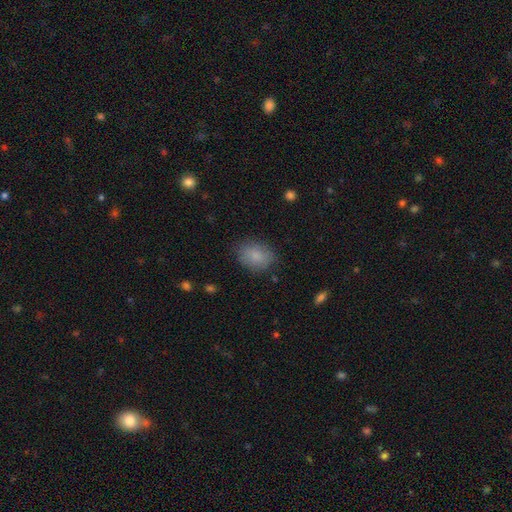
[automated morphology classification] smooth 85%, star or artifact 8%, featured or disk 7%. Down the decision tree: how rounded — in between (69%); merging — none (81%).